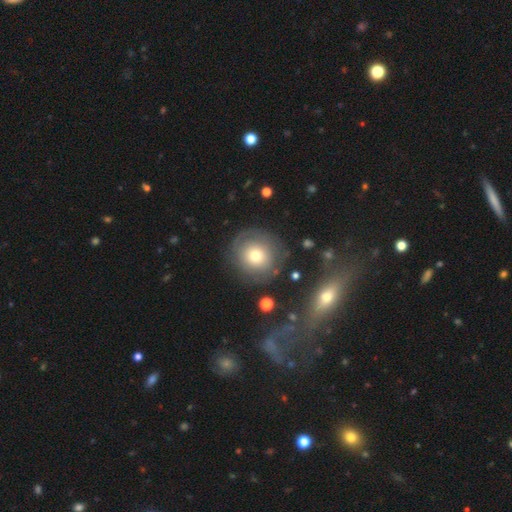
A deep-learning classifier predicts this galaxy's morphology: A smooth galaxy with no disk features (60%) that is round (90%). Merging: none (75%).